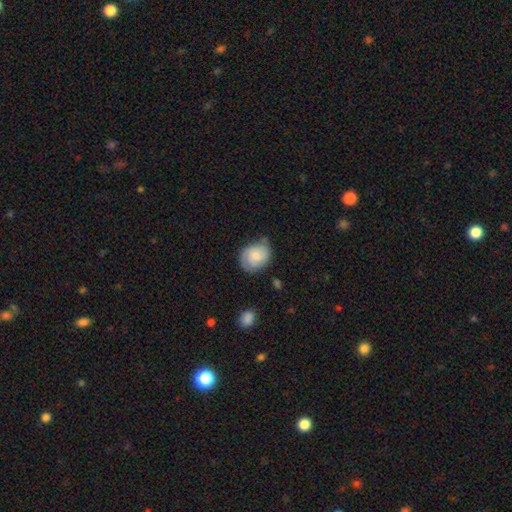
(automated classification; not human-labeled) smooth 68%, featured or disk 25%, star or artifact 7%. Down the decision tree: how rounded — in between (51%); merging — none (62%).